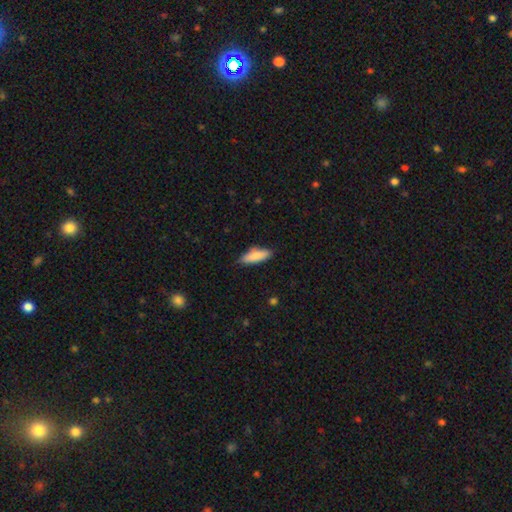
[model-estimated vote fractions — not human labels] A smooth galaxy with no disk features (85%) that is in between round and cigar-shaped (58%).

Vote fractions:
- Smooth or featured? smooth: 85% / featured or disk: 9% / star or artifact: 6%
- How rounded? in between: 58% / cigar-shaped: 40% / round: 2%
- Merging? none: 79% / minor disturbance: 17% / major disturbance: 3% / merger: 1%